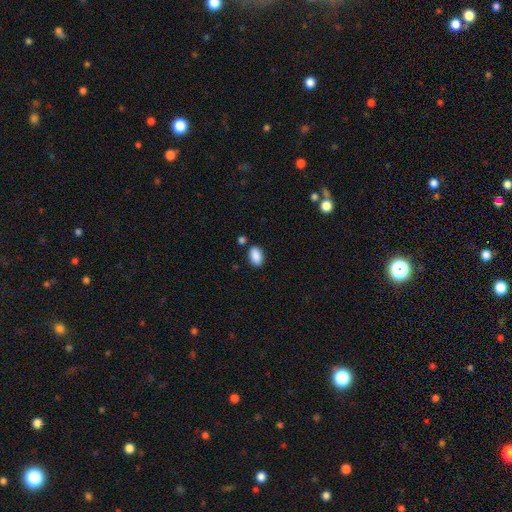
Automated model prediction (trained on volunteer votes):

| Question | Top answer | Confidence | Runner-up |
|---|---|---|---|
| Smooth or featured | smooth | 89% | star or artifact (7%) |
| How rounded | in between | 91% | round (7%) |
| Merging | none | 80% | minor disturbance (11%) |